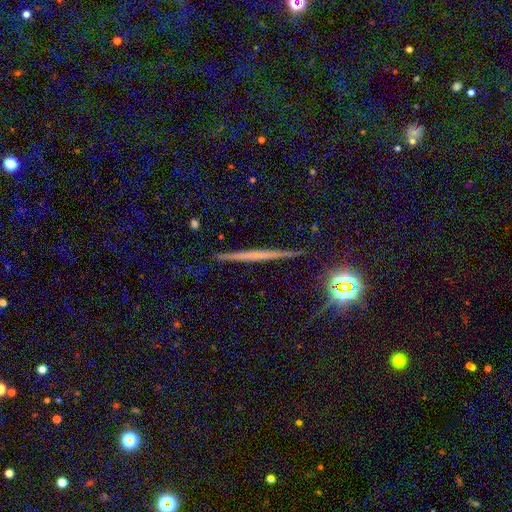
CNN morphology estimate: A featured or disk galaxy (53%) viewed edge-on (97%) with no central bulge (83%). Merging: none (92%).